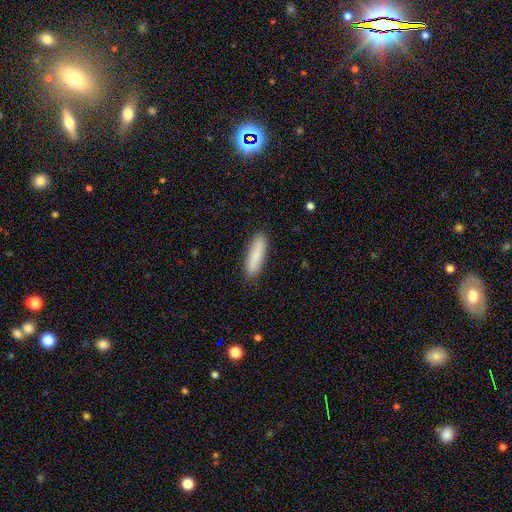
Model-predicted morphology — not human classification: Smooth or featured: smooth — 83% (featured or disk — 11%)
How rounded: cigar-shaped — 65% (in between — 34%)
Merging: none — 89% (minor disturbance — 8%)